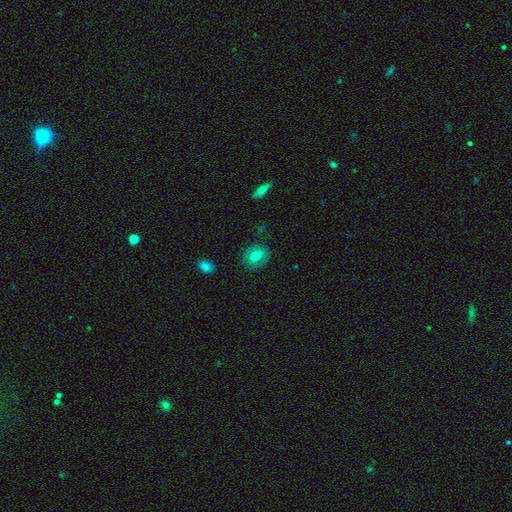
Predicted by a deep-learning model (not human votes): Q: Smooth or featured?
A: smooth (61%); runner-up: featured or disk (31%)
Q: How rounded?
A: in between (50%); runner-up: round (49%)
Q: Merging?
A: none (83%); runner-up: minor disturbance (12%)